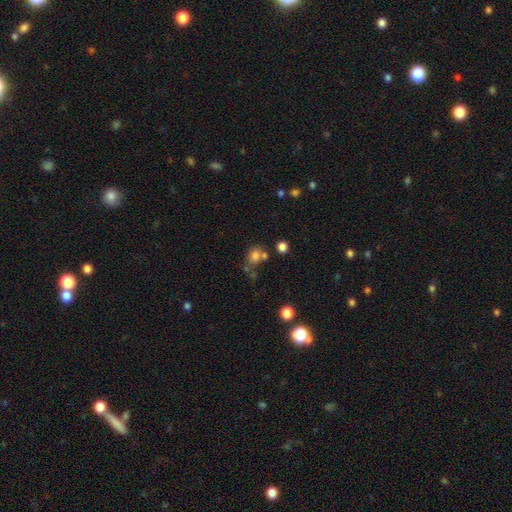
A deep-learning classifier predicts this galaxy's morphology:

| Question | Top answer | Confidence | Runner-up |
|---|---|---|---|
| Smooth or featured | smooth | 73% | star or artifact (15%) |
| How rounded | round | 61% | in between (37%) |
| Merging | none | 47% | merger (30%) |